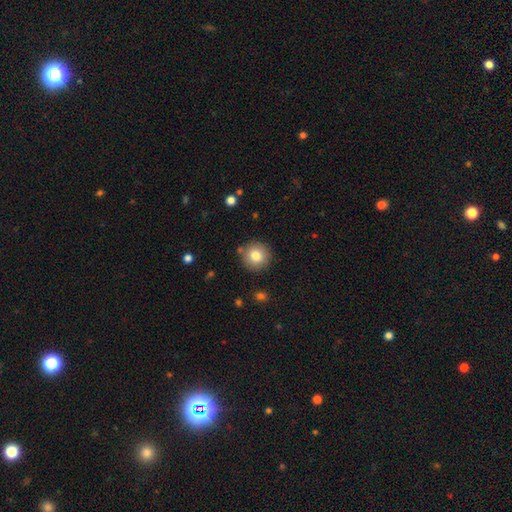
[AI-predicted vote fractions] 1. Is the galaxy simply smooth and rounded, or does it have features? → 80% smooth, 11% featured or disk, 10% star or artifact.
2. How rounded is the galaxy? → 94% round, 5% in between, 1% cigar-shaped.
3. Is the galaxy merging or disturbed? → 87% none, 8% minor disturbance, 3% merger, 2% major disturbance.